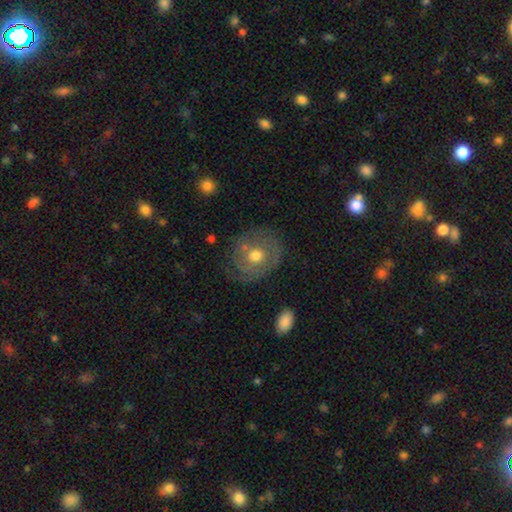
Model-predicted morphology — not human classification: Overall: featured or disk (54%; smooth 38%). Edge-on disk: no (96%). Bar: no (86%). Spiral arms: yes (54%; no 46%). Bulge size: moderate (75%). Merging: none (69%).